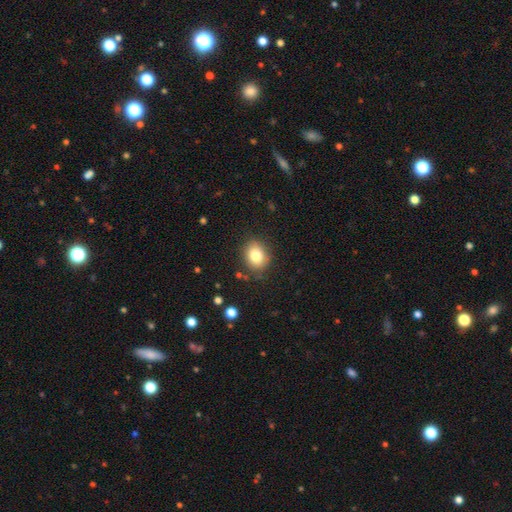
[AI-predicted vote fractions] smooth_or_featured: smooth (p=0.82) [alt: star or artifact p=0.10]
how_rounded: round (p=0.53) [alt: in between p=0.47]
merging: none (p=0.84) [alt: minor disturbance p=0.11]